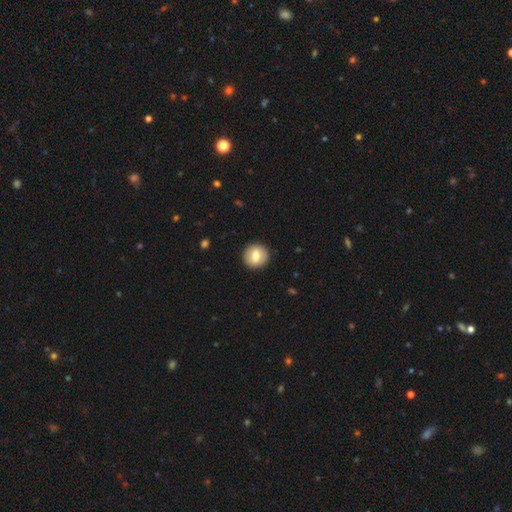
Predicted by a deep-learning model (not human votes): A smooth galaxy with no disk features (71%) that is round (87%). Merging: none (91%).